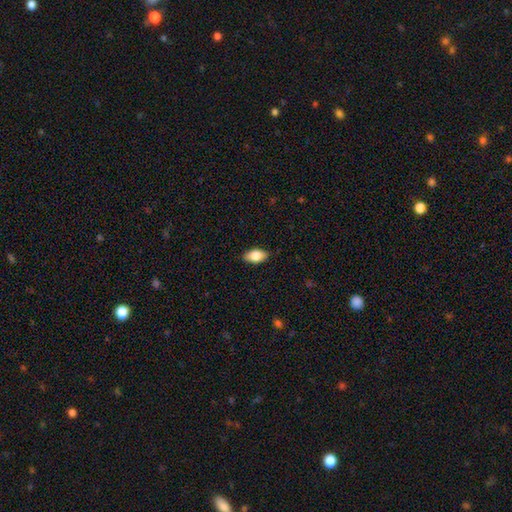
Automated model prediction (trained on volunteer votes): Smooth or featured? Predicted: smooth (p=0.79). How rounded? Predicted: in between (p=0.91). Merging? Predicted: none (p=0.87).